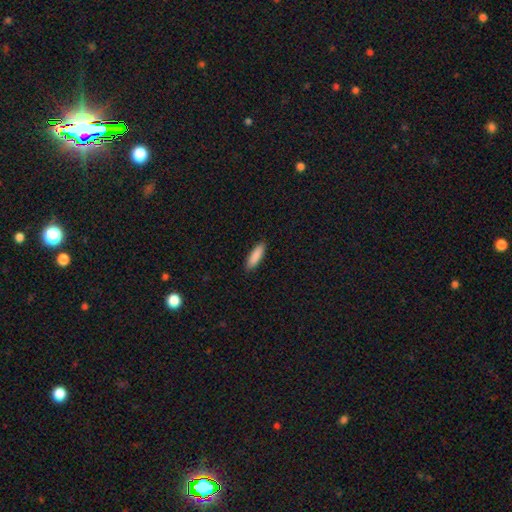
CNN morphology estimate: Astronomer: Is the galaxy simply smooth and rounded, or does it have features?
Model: smooth — 89%.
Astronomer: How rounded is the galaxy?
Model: cigar-shaped — 60% (runner-up: in between, 38%).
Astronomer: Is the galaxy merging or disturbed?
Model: none — 89%.